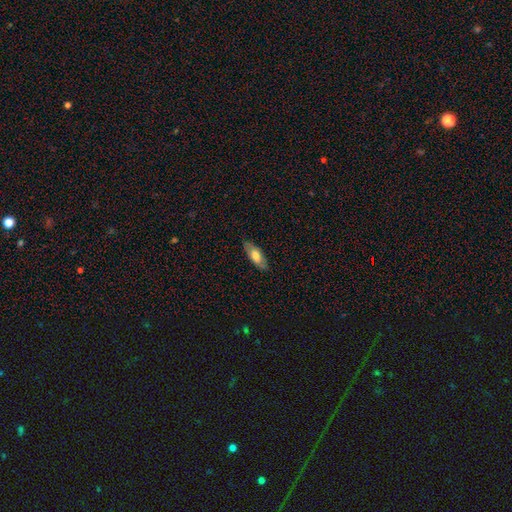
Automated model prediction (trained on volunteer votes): smooth_or_featured: smooth (p=0.67) [alt: featured or disk p=0.27]
how_rounded: in between (p=0.70) [alt: cigar-shaped p=0.27]
merging: none (p=0.85) [alt: minor disturbance p=0.12]